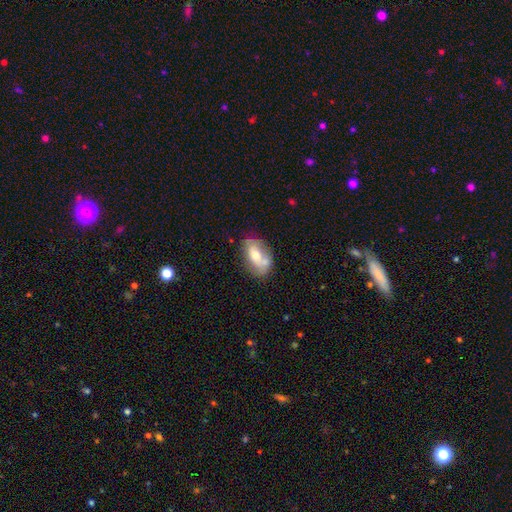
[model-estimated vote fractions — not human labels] Overall: smooth (49%; featured or disk 43%). Merging: none (51%; minor disturbance 23%).